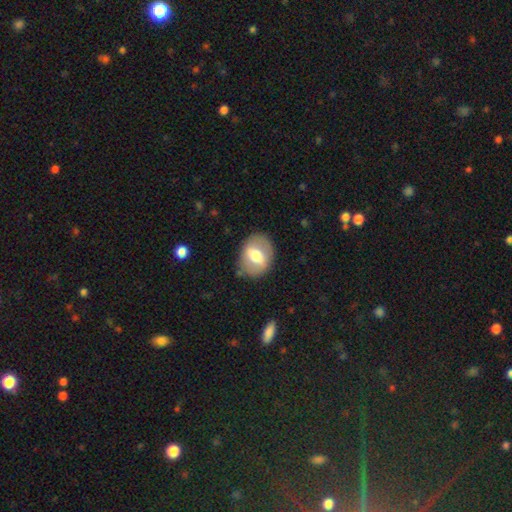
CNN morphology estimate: This is possibly a smooth galaxy (52%). How rounded: likely in between (66%). Merging: likely none (79%).